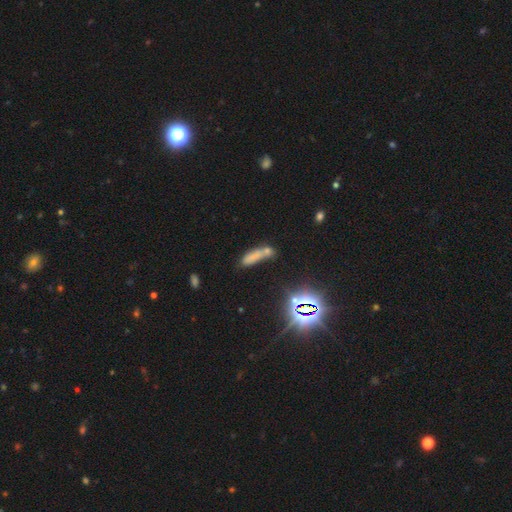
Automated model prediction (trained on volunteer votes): Smooth or featured: smooth — 60% (star or artifact — 25%)
How rounded: cigar-shaped — 61% (in between — 35%)
Merging: merger — 38% (tied with none — 38%)